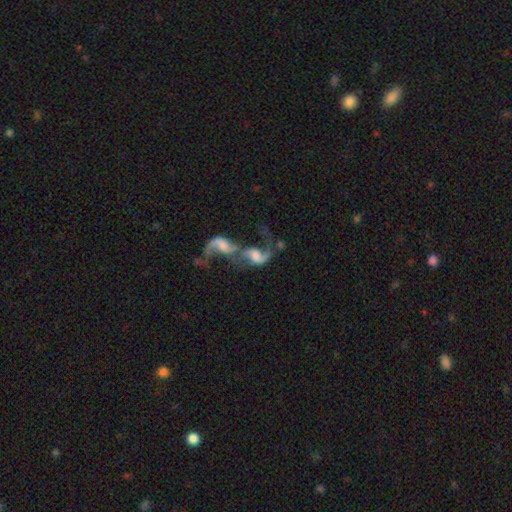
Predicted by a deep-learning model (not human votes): The model was most divided on "bulge size": none: 30%, moderate: 28%, large: 21%, small: 18%, dominant: 4%. More confident: edge-on disk — no (96%); spiral arms — yes (79%); merging — merger (78%); spiral winding — loose (77%); smooth or featured — featured or disk (68%); spiral arm count — 2 (62%); bar — no (52%).